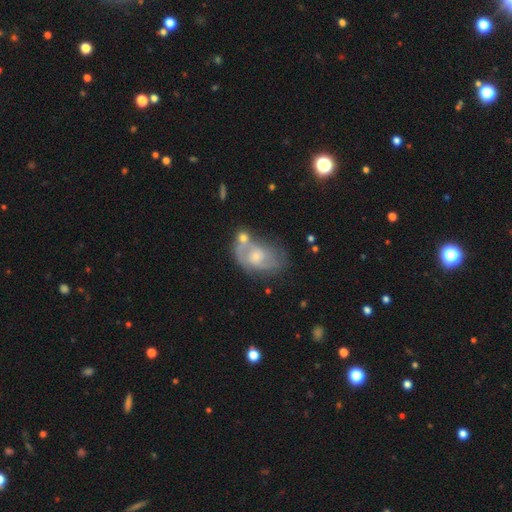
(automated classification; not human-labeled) The model was most divided on "spiral winding": medium: 46%, tight: 30%, loose: 24%. Remaining: edge-on disk — no (96%); spiral arms — yes (80%); smooth or featured — featured or disk (67%); spiral arm count — 2 (62%); bar — no (61%); bulge size — small (55%); merging — none (42%).